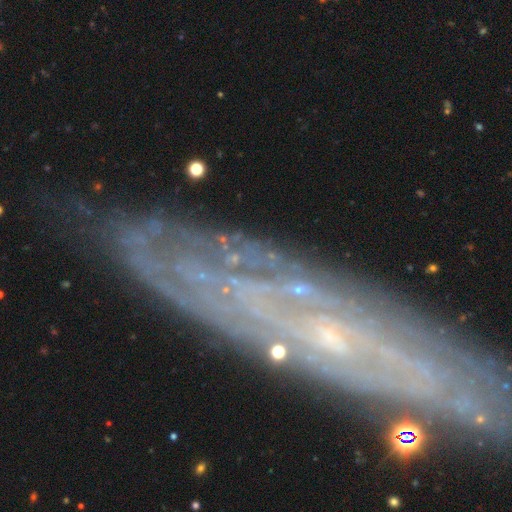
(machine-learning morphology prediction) Smooth or featured: featured or disk — 67% (star or artifact — 18%)
Edge-on disk: no — 81% (yes — 19%)
Bar: no — 59% (weak — 25%)
Spiral arms: yes — 75% (no — 25%)
Bulge size: small — 54% (moderate — 26%)
Merging: none — 74% (minor disturbance — 16%)